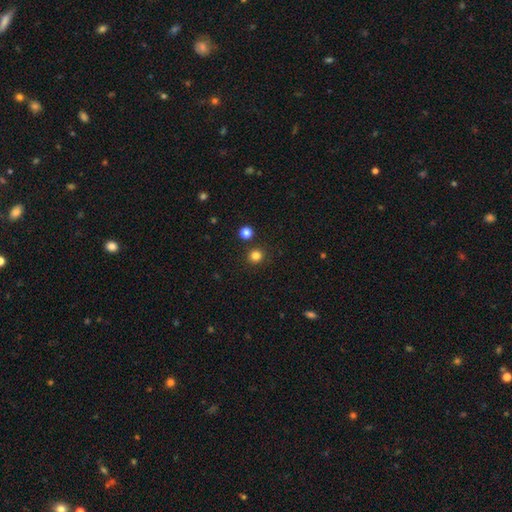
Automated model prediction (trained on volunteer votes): Smooth or featured? smooth (81%)
How rounded? round (92%)
Merging? none (88%)